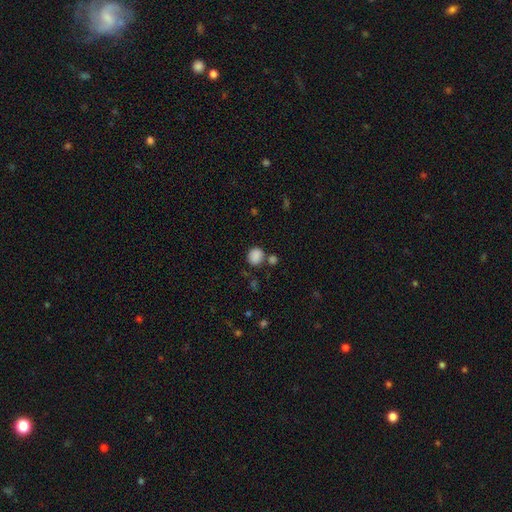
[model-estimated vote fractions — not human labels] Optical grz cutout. It shows a smooth galaxy with no disk features (85%) that is round (74%). Merging: none (67%).